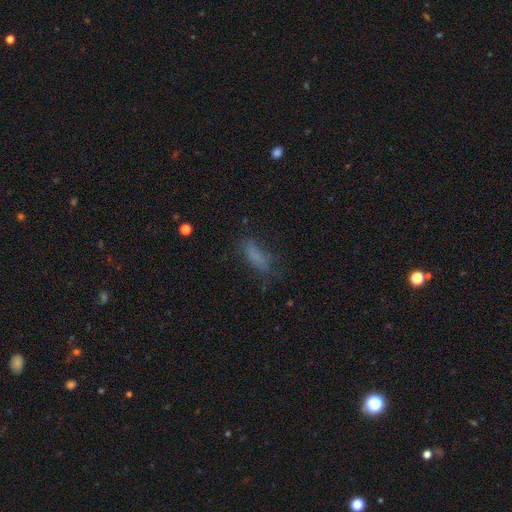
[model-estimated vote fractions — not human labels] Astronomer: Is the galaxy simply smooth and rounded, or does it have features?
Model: smooth — 67%.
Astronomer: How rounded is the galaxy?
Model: in between — 50% (runner-up: cigar-shaped, 46%).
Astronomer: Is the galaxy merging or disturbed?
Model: none — 60%.